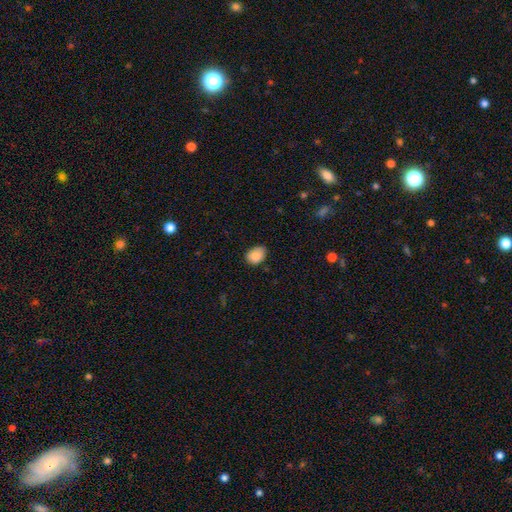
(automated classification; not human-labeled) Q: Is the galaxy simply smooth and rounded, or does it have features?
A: smooth — 88%.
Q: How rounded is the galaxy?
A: in between — 67%.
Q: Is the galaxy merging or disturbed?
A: none — 72%.